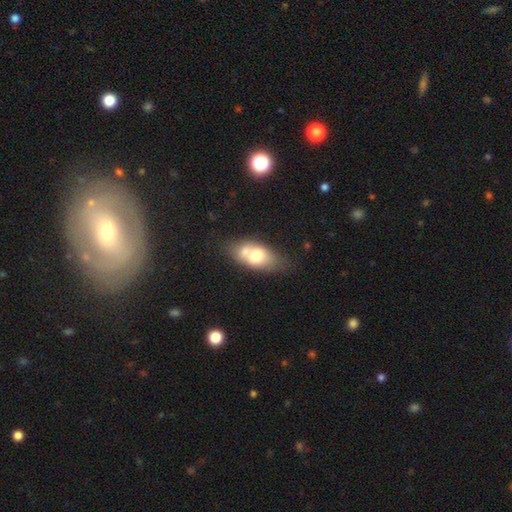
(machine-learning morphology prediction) Overall: smooth (65%; featured or disk 27%). How rounded: in between (85%). Merging: none (43%; merger 32%).